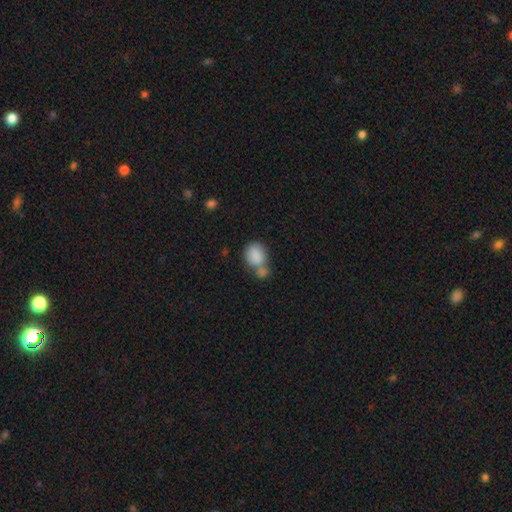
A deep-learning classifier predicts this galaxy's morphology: Smooth or featured?
  - smooth: 84% *
  - featured or disk: 8%
  - star or artifact: 8%
How rounded?
  - in between: 52% *
  - round: 47%
  - cigar-shaped: 1%
Merging?
  - merger: 50% *
  - none: 30%
  - minor disturbance: 14%
  - major disturbance: 7%